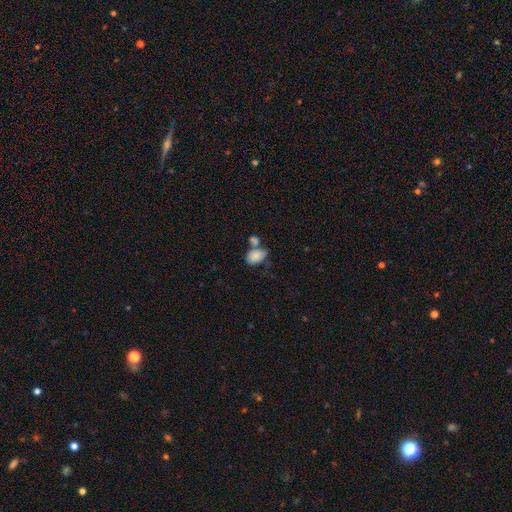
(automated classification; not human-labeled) Smooth or featured? Predicted: smooth (p=0.83). How rounded? Predicted: in between (p=0.87). Merging? Predicted: merger (p=0.42).